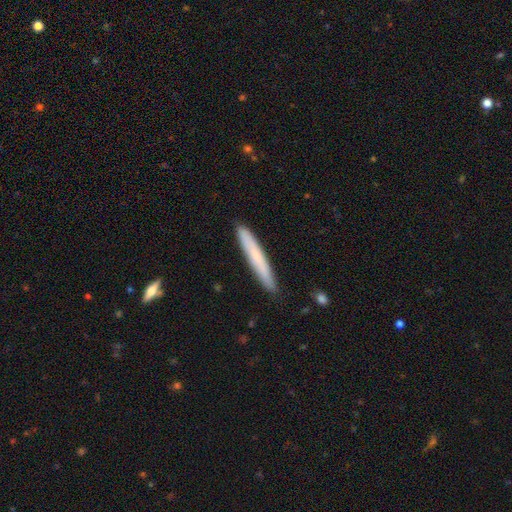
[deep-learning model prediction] A smooth galaxy with no disk features (66%) that is cigar-shaped (96%).

Vote fractions:
- Smooth or featured? smooth: 66% / featured or disk: 27% / star or artifact: 6%
- How rounded? cigar-shaped: 96% / in between: 3% / round: 1%
- Merging? none: 89% / minor disturbance: 8% / major disturbance: 1% / merger: 1%